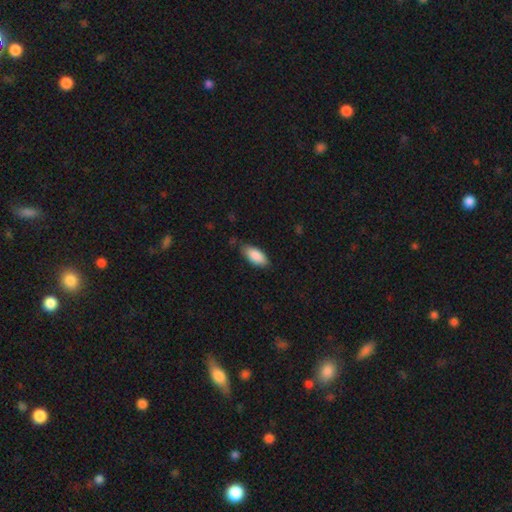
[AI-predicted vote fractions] smooth_or_featured: smooth (p=0.88) [alt: featured or disk p=0.06]
how_rounded: in between (p=0.89) [alt: cigar-shaped p=0.09]
merging: none (p=0.74) [alt: minor disturbance p=0.21]